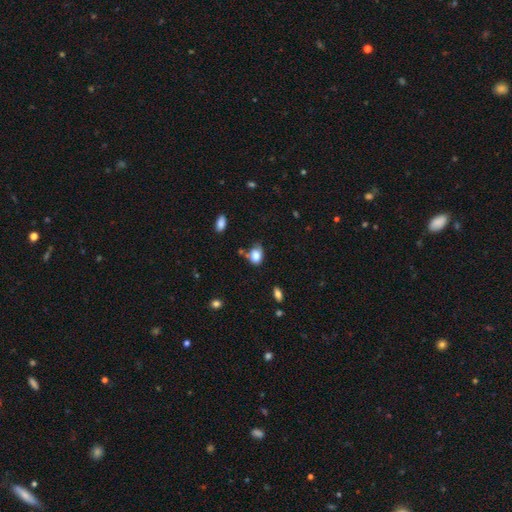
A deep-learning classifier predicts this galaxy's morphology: This is clearly a smooth galaxy (81%). How rounded: likely in between (72%). Merging: possibly none (45%).